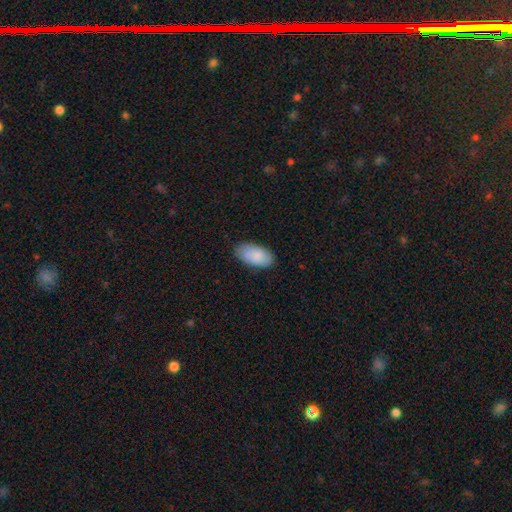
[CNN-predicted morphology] This appears to be a smooth galaxy with no disk features (86%) that is in between round and cigar-shaped (95%). Merging: none (80%).